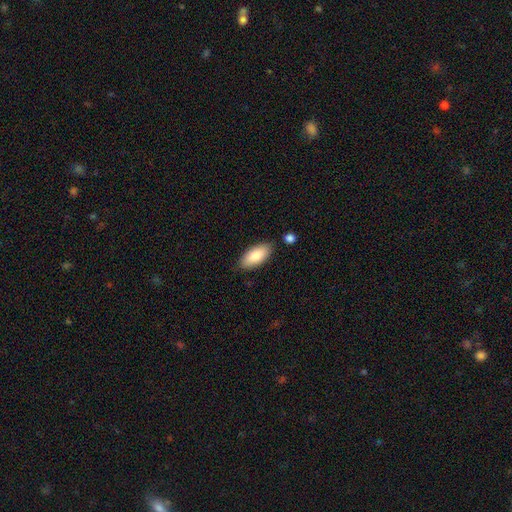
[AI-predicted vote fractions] Smooth or featured: smooth — 84% (featured or disk — 10%)
How rounded: in between — 90% (cigar-shaped — 9%)
Merging: none — 82% (minor disturbance — 12%)